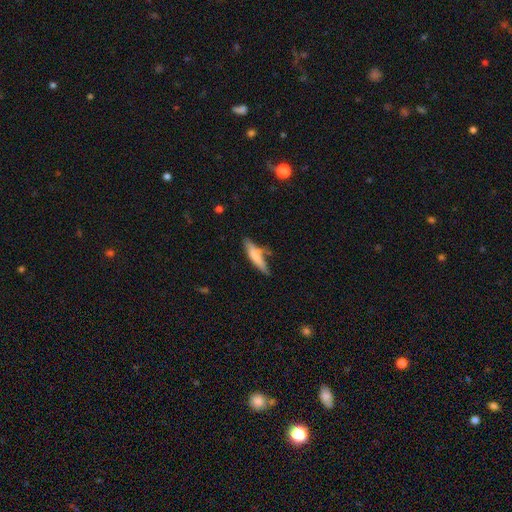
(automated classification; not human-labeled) Q: Smooth or featured?
A: smooth (67%); runner-up: featured or disk (27%)
Q: How rounded?
A: cigar-shaped (78%); runner-up: in between (20%)
Q: Merging?
A: none (61%); runner-up: minor disturbance (22%)